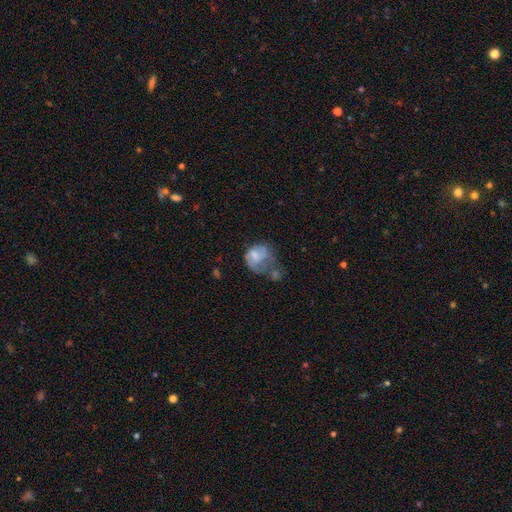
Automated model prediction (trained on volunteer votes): Smooth or featured: smooth — 51% (featured or disk — 40%)
How rounded: round — 52% (in between — 47%)
Merging: major disturbance — 38% (merger — 25%)